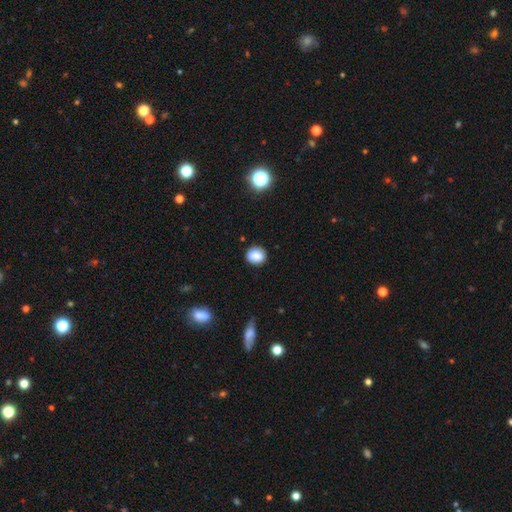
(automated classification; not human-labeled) A smooth galaxy with no disk features (84%) that is round (67%). Merging: none (85%).